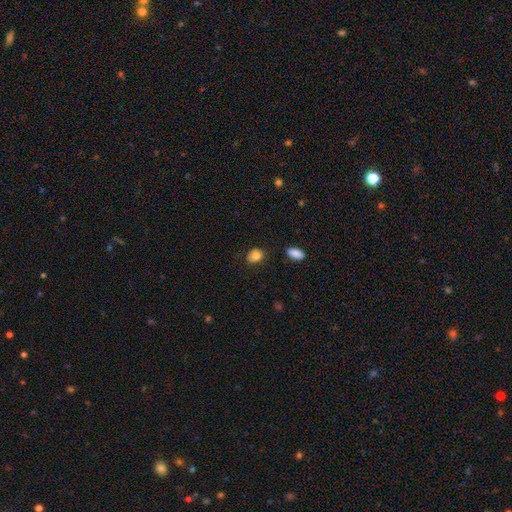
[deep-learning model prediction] Overall: smooth (86%). How rounded: in between (53%; round 46%). Merging: none (78%).